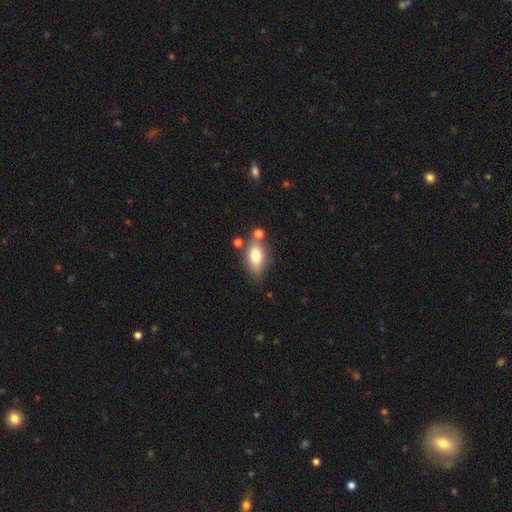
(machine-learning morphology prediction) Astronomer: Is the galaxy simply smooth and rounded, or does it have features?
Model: smooth — 75%.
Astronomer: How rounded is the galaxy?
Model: in between — 84%.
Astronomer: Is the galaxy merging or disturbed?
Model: none — 62%.